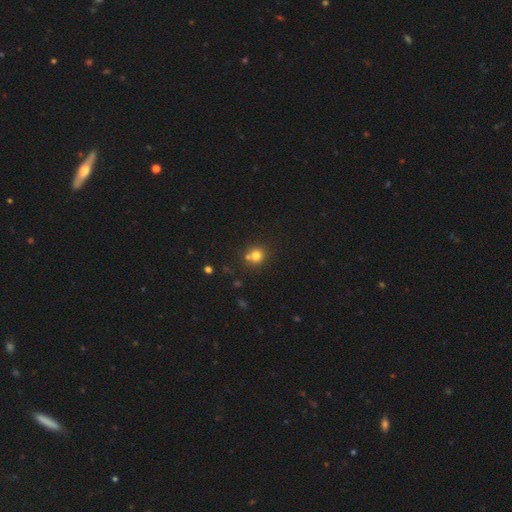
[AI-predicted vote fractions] A smooth galaxy with no disk features (77%) that is round (86%).

Vote fractions:
- Smooth or featured? smooth: 77% / star or artifact: 15% / featured or disk: 8%
- How rounded? round: 86% / in between: 13% / cigar-shaped: 1%
- Merging? none: 64% / merger: 24% / minor disturbance: 9% / major disturbance: 3%